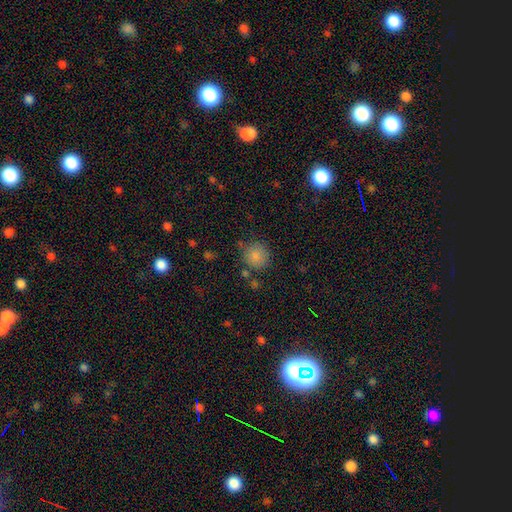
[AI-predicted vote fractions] Overall: smooth (84%). How rounded: round (90%). Merging: none (78%).